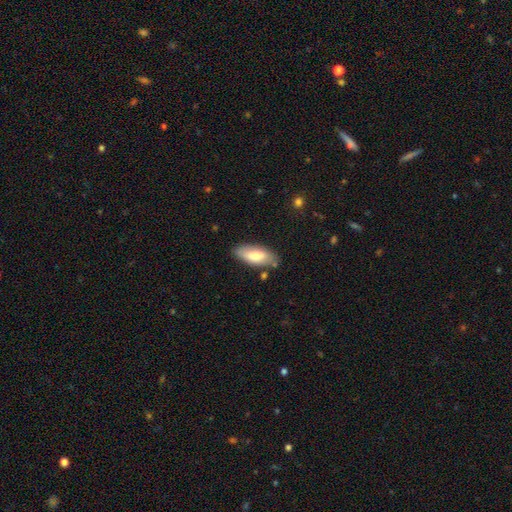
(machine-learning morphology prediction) This appears to be a smooth galaxy with no disk features (73%) that is in between round and cigar-shaped (80%). Merging: none (80%).